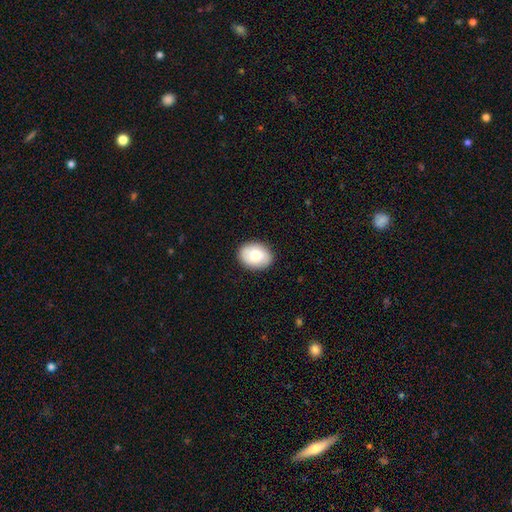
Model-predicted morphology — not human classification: smooth-or-featured: smooth: 80% | featured or disk: 14% | star or artifact: 7%
  how-rounded: in between: 68% | round: 31% | cigar-shaped: 1%
  merging: none: 88% | minor disturbance: 9% | major disturbance: 2% | merger: 1%